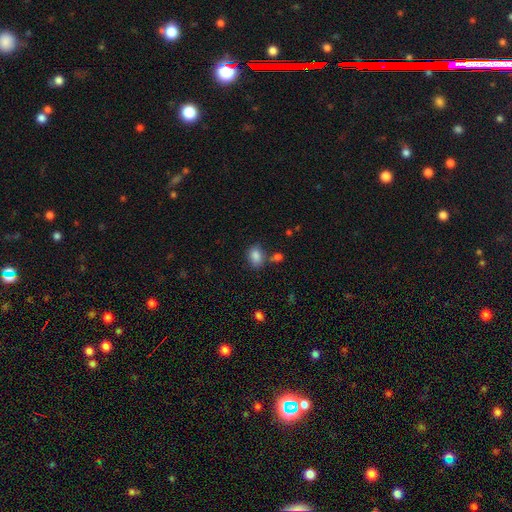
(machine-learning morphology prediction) This appears to be a smooth galaxy with no disk features (85%) that is in between round and cigar-shaped (76%). Merging: none (63%).